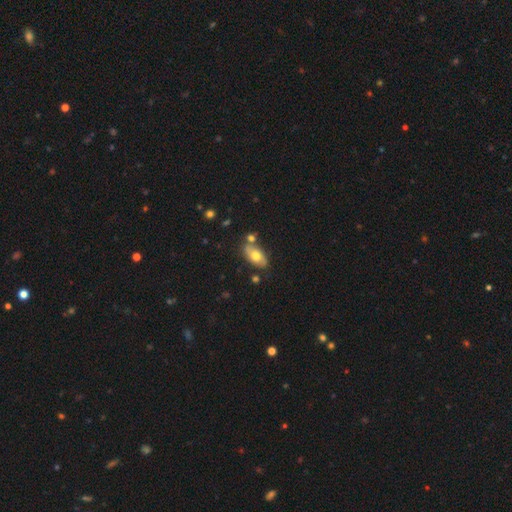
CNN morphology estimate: Q: Smooth or featured?
A: smooth (64%); runner-up: featured or disk (29%)
Q: How rounded?
A: in between (90%); runner-up: cigar-shaped (5%)
Q: Merging?
A: none (70%); runner-up: minor disturbance (14%)